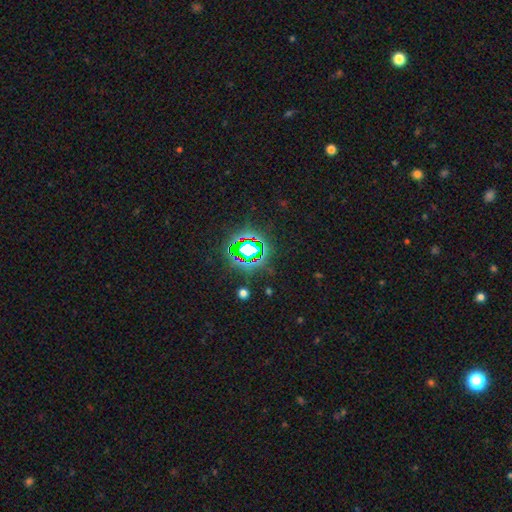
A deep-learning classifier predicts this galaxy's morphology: Smooth or featured? Predicted: star or artifact (p=0.77).